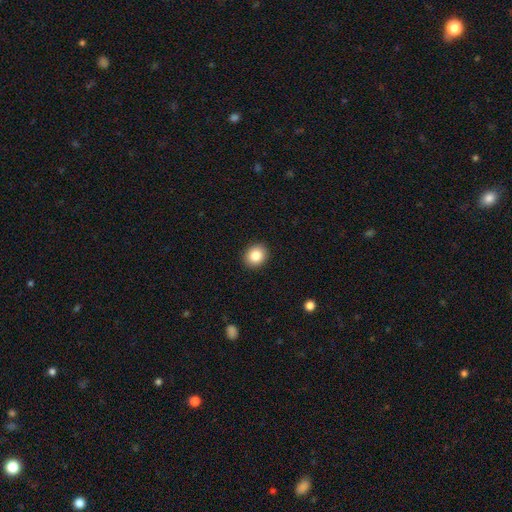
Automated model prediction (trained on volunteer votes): The model was most divided on "how rounded": round: 70%, in between: 30%, cigar-shaped: 1%. More confident: merging — none (92%); smooth or featured — smooth (85%).